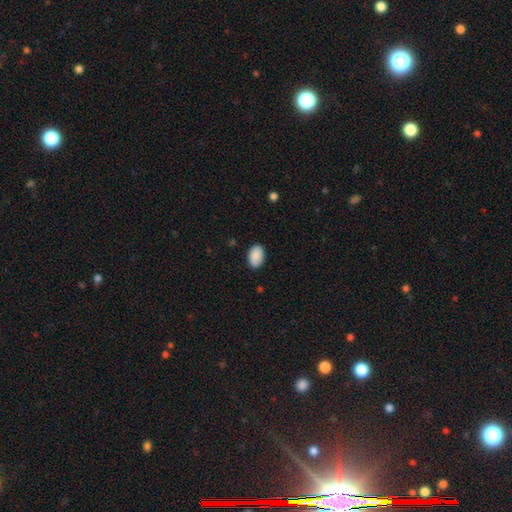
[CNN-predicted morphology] This appears to be a smooth galaxy with no disk features (90%) that is in between round and cigar-shaped (90%). Merging: none (85%).